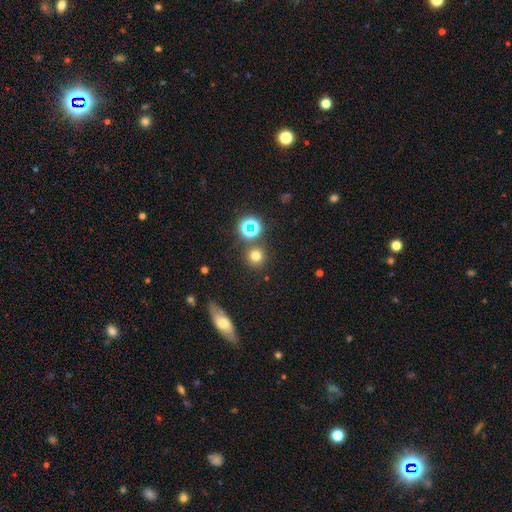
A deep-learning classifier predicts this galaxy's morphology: smooth 71%, star or artifact 21%, featured or disk 8%. Down the decision tree: how rounded — round (93%); merging — none (83%).